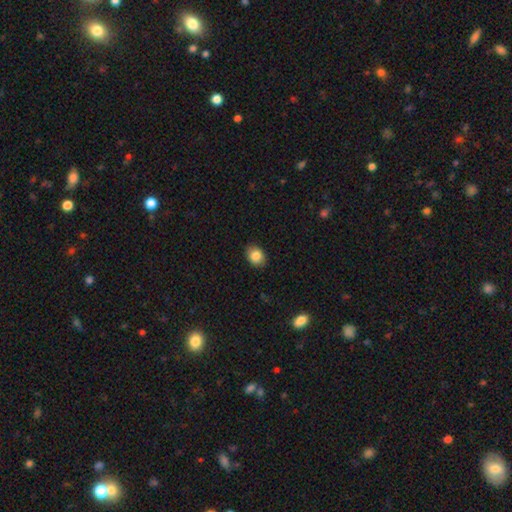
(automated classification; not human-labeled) This is clearly a smooth galaxy (85%). How rounded: likely in between (64%). Merging: clearly none (87%).